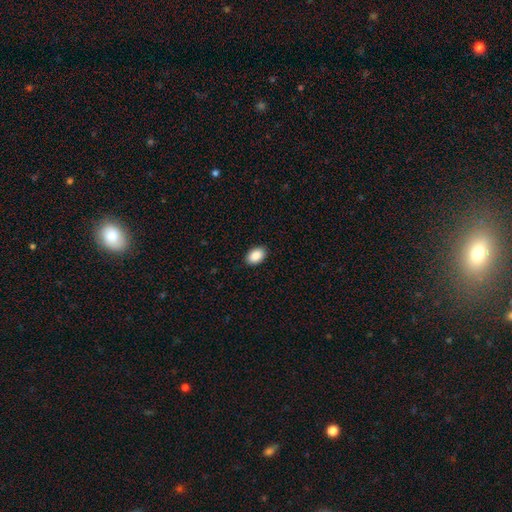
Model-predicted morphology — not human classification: smooth_or_featured: smooth (p=0.89) [alt: star or artifact p=0.07]
how_rounded: in between (p=0.88) [alt: round p=0.11]
merging: none (p=0.90) [alt: minor disturbance p=0.07]